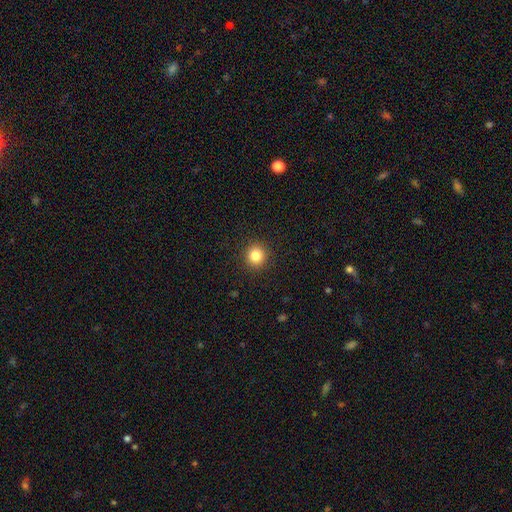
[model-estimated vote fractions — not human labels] This appears to be a smooth galaxy with no disk features (84%) that is round (93%). Merging: none (92%).